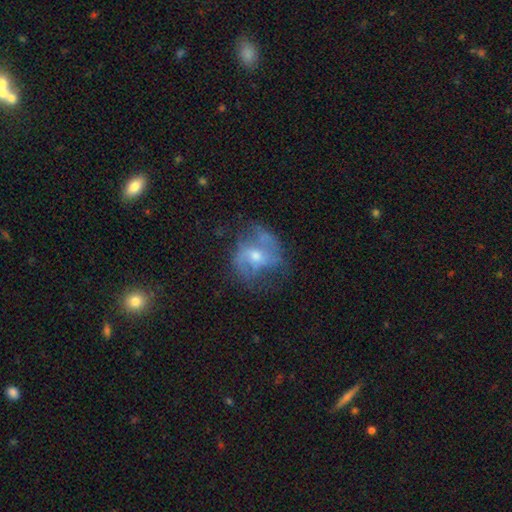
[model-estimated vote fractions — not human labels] This is likely a featured or disk galaxy (68%). It is clearly not viewed edge-on (97%). Bar: possibly no (56%). Spiral arm pattern: likely yes (70%). Central bulge: possibly moderate (56%). Merging: possibly none (51%).